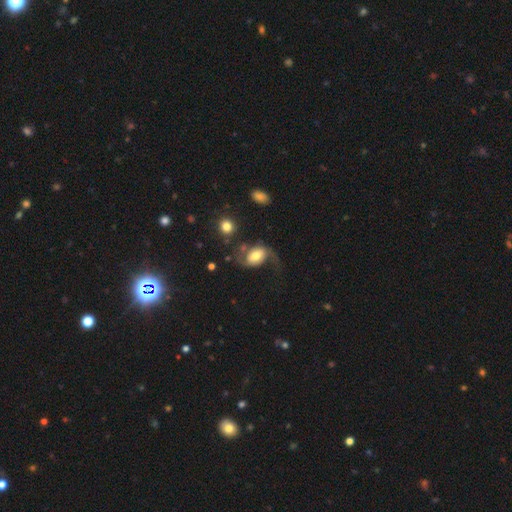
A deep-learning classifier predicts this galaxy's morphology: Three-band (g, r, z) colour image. It shows a featured or disk galaxy (53%) with no bar (49%), spiral arms (80%) and a moderate central bulge (56%). Merging: major disturbance (39%).